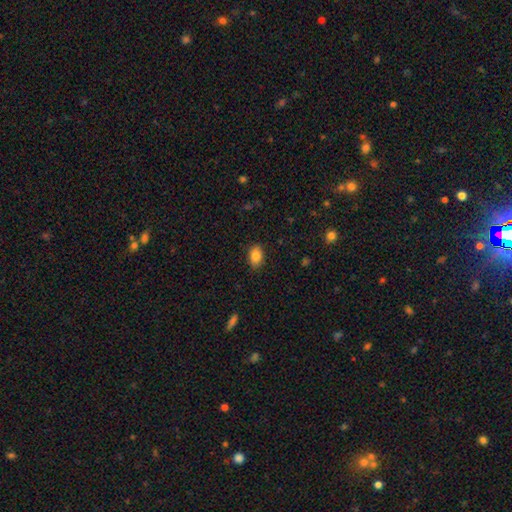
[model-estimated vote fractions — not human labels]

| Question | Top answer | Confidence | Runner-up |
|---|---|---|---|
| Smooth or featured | smooth | 84% | star or artifact (9%) |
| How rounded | in between | 83% | round (16%) |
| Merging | none | 87% | minor disturbance (10%) |